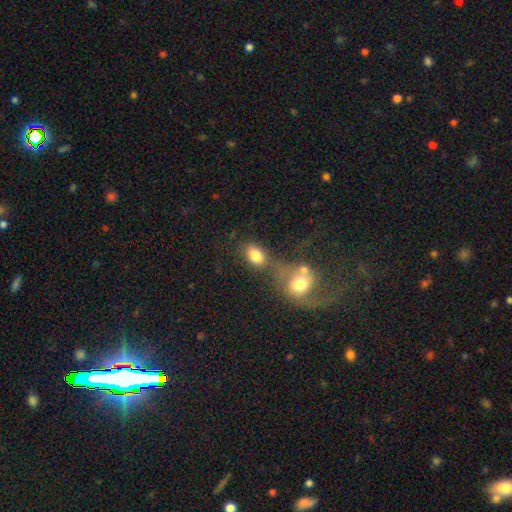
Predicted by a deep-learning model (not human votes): Smooth or featured: smooth — 80% (featured or disk — 11%)
How rounded: in between — 79% (round — 19%)
Merging: merger — 40% (none — 38%)